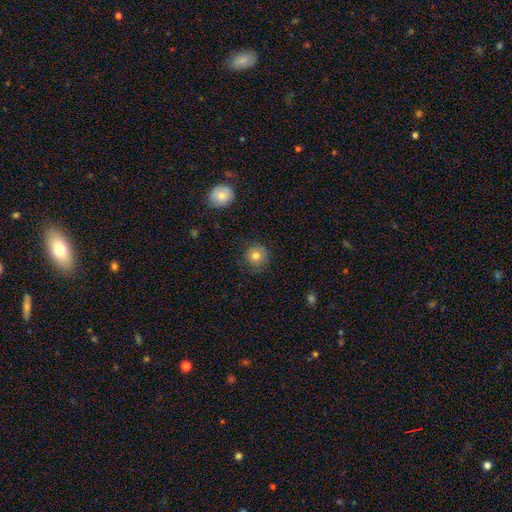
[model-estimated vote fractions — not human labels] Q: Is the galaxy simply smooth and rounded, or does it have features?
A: smooth — 79%.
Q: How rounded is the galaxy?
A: round — 94%.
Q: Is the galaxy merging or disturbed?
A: none — 84%.